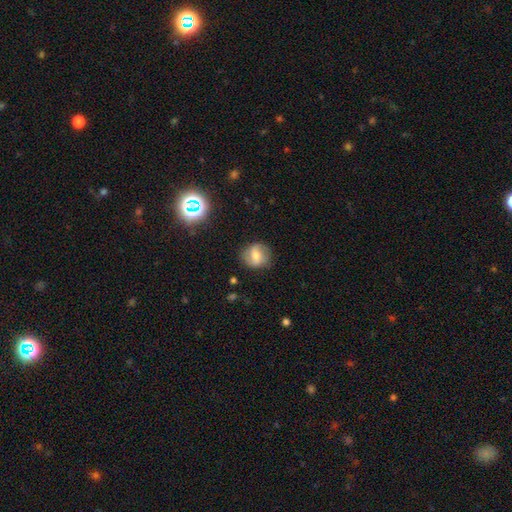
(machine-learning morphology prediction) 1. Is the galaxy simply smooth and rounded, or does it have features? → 51% smooth, 38% featured or disk, 11% star or artifact.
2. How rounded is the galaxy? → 79% round, 19% in between, 1% cigar-shaped.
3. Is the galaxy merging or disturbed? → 81% none, 13% minor disturbance, 4% major disturbance, 1% merger.